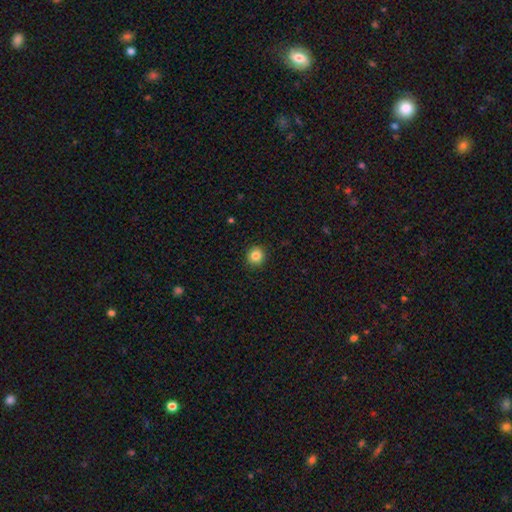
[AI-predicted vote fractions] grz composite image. It shows a smooth galaxy with no disk features (84%) that is round (93%). Merging: none (92%).